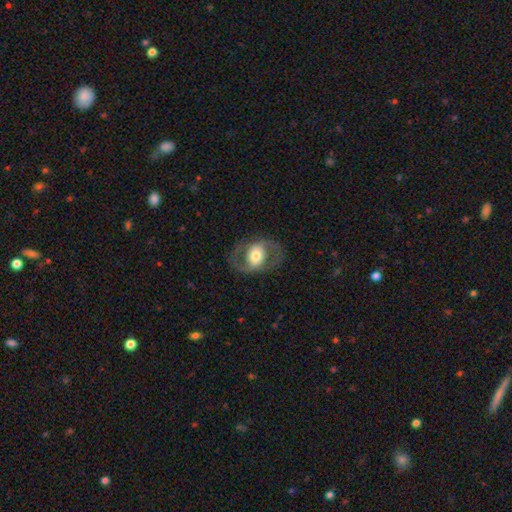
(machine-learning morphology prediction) A featured or disk galaxy (62%) with no bar (61%), spiral arms (54%) and a moderate central bulge (53%). Merging: none (77%).